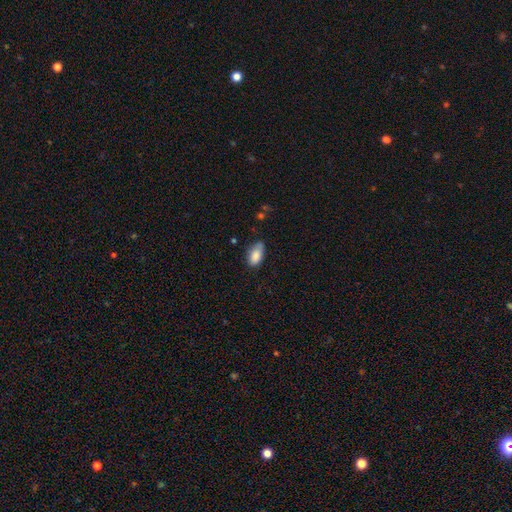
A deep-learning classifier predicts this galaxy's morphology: Smooth or featured?
  - smooth: 85% *
  - featured or disk: 8%
  - star or artifact: 7%
How rounded?
  - in between: 93% *
  - round: 4%
  - cigar-shaped: 3%
Merging?
  - none: 59% *
  - minor disturbance: 32%
  - major disturbance: 6%
  - merger: 3%